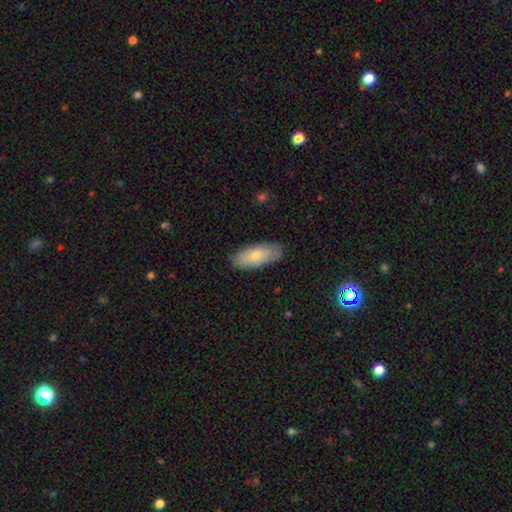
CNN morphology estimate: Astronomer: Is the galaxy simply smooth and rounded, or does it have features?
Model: smooth — 72%.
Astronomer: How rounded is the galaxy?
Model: in between — 85%.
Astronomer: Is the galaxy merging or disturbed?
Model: none — 82%.